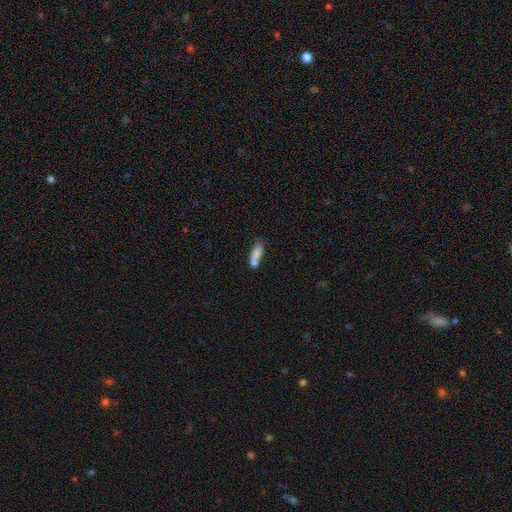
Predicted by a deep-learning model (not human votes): smooth-or-featured: smooth: 76% | featured or disk: 16% | star or artifact: 9%
  how-rounded: in between: 57% | cigar-shaped: 39% | round: 3%
  merging: merger: 44% | none: 35% | minor disturbance: 14% | major disturbance: 6%